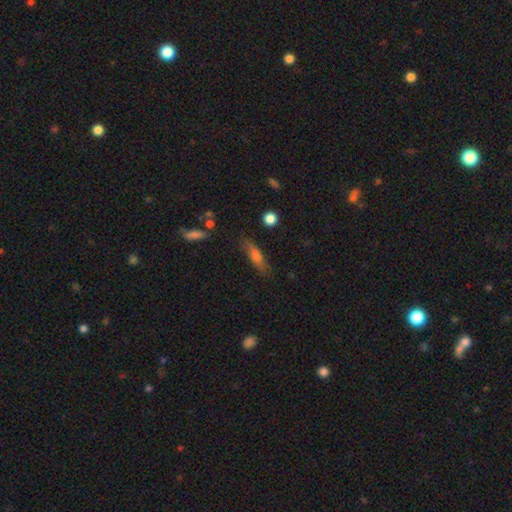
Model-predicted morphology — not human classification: Smooth or featured? smooth (65%)
How rounded? cigar-shaped (69%)
Merging? none (77%)